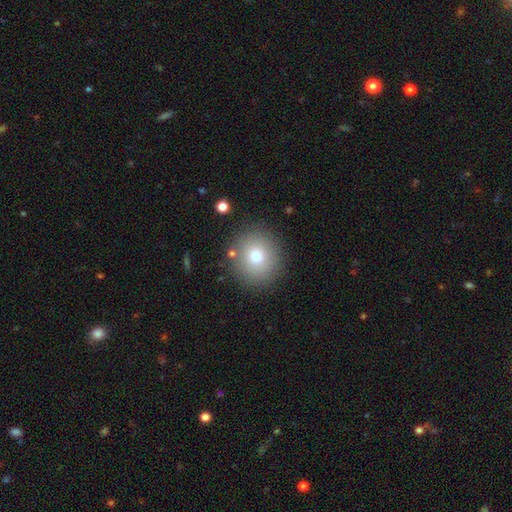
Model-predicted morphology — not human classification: This is likely a smooth galaxy (77%). How rounded: clearly round (88%). Merging: clearly none (86%).